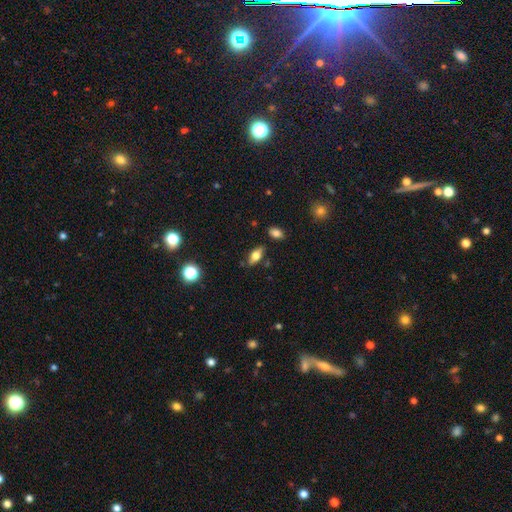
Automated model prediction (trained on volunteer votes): smooth 65%, featured or disk 26%, star or artifact 10%. Down the decision tree: how rounded — in between (82%); merging — none (82%).